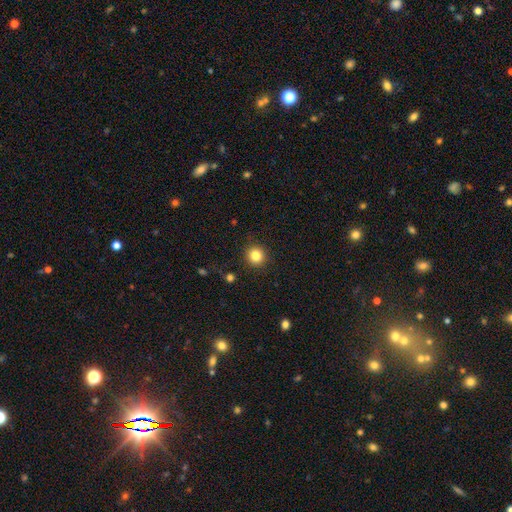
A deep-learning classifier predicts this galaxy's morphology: Overall: smooth (84%). How rounded: round (93%). Merging: none (90%).